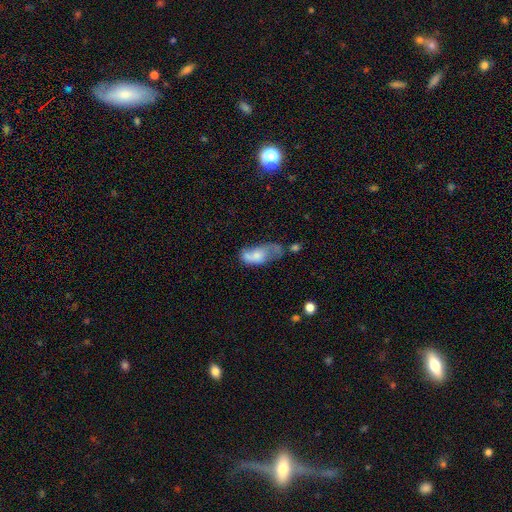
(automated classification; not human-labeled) A smooth galaxy with no disk features (55%) that is in between round and cigar-shaped (86%). Merging: major disturbance (27%).